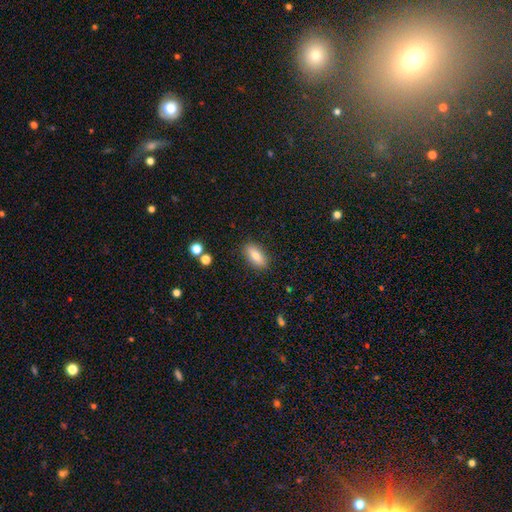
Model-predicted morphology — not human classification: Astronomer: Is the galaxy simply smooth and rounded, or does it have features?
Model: smooth — 82%.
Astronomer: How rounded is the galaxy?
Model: in between — 81%.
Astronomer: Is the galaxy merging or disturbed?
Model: none — 87%.